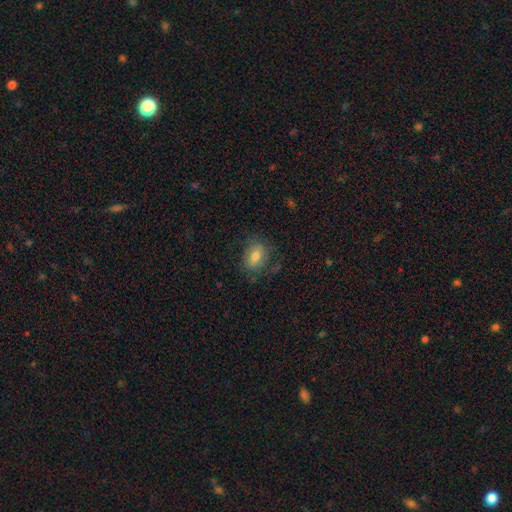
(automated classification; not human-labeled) The model was most divided on "smooth or featured": smooth: 65%, featured or disk: 25%, star or artifact: 10%. More confident: how rounded — in between (71%); merging — none (70%).